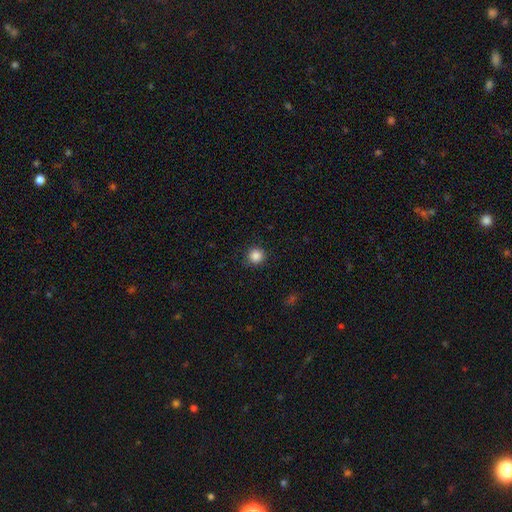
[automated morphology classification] type=smooth (86%); roundness=round (94%); merging=none (89%).